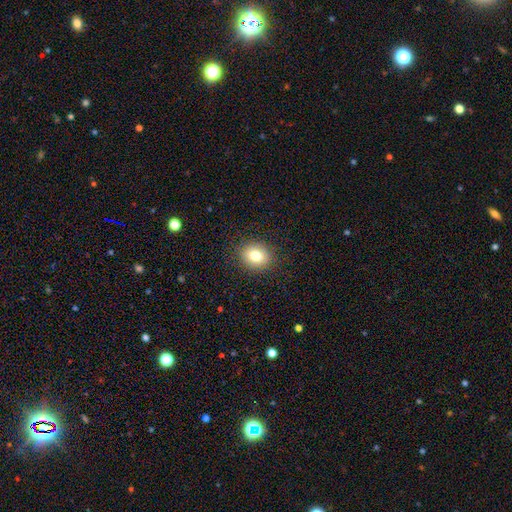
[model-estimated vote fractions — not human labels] smooth-or-featured: smooth: 79% | star or artifact: 11% | featured or disk: 10%
  how-rounded: round: 64% | in between: 35% | cigar-shaped: 1%
  merging: none: 89% | minor disturbance: 8% | major disturbance: 2% | merger: 1%